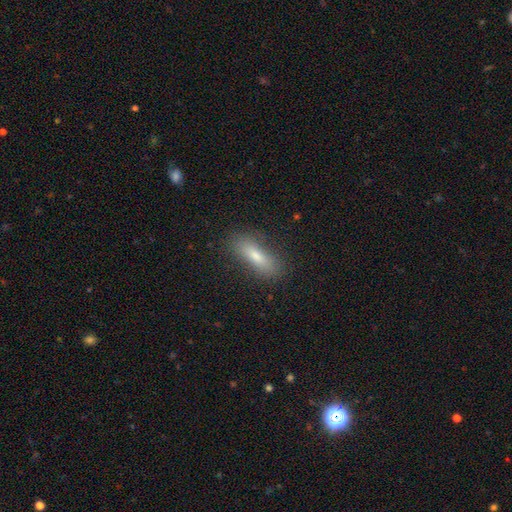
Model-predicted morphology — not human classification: smooth 73%, featured or disk 18%, star or artifact 9%. Down the decision tree: how rounded — cigar-shaped (51%); merging — none (83%).